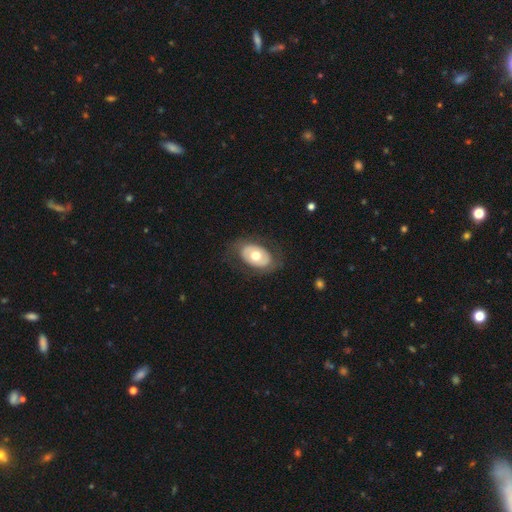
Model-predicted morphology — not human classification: type=smooth (48%); merging=none (76%).